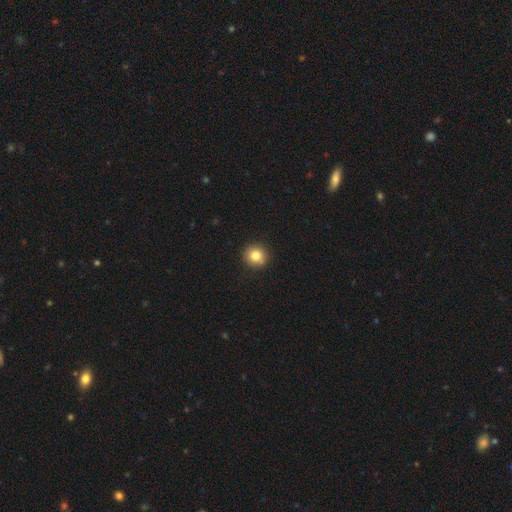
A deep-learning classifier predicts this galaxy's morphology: Smooth or featured?
  - smooth: 82% *
  - star or artifact: 11%
  - featured or disk: 7%
How rounded?
  - round: 91% *
  - in between: 8%
  - cigar-shaped: 1%
Merging?
  - none: 89% *
  - minor disturbance: 7%
  - major disturbance: 2%
  - merger: 1%